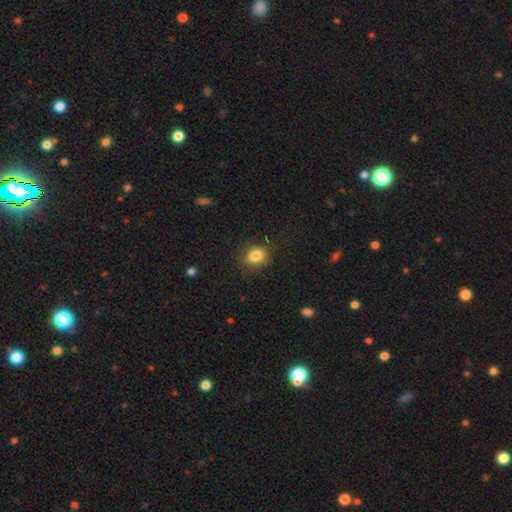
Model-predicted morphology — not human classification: Smooth or featured? smooth (84%)
How rounded? round (60%)
Merging? none (83%)